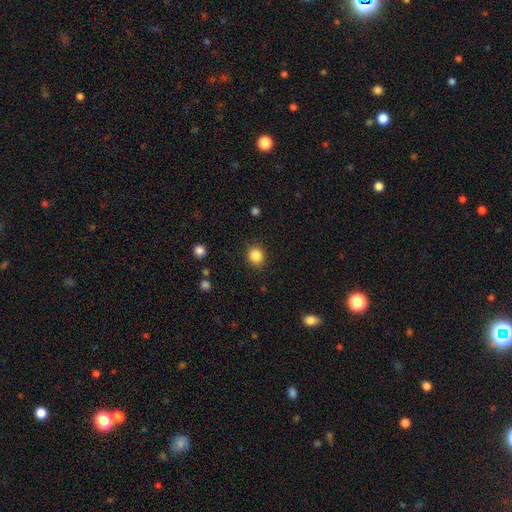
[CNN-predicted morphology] The model was most divided on "how rounded": round: 77%, in between: 22%, cigar-shaped: 1%. More confident: merging — none (89%); smooth or featured — smooth (86%).